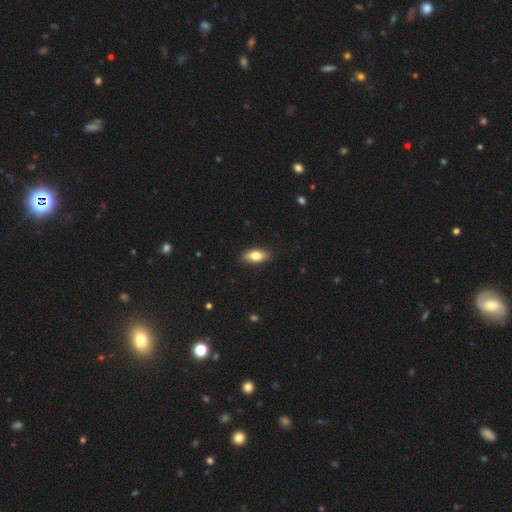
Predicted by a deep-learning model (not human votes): Morphology: type=smooth (80%); roundness=in between (86%); merging=none (88%).